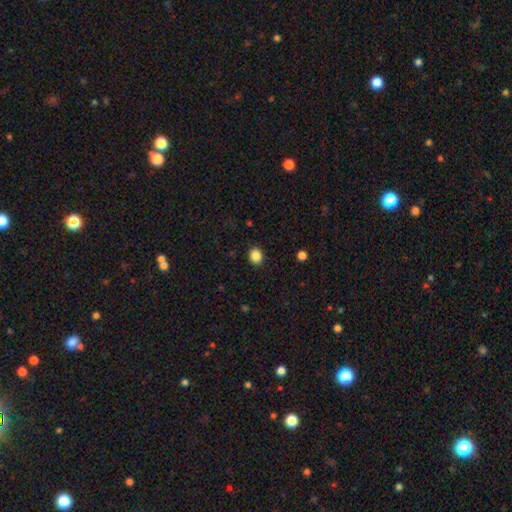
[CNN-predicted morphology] smooth-or-featured: smooth: 87% | star or artifact: 10% | featured or disk: 3%
  how-rounded: round: 61% | in between: 38% | cigar-shaped: 1%
  merging: none: 90% | minor disturbance: 6% | major disturbance: 2% | merger: 1%